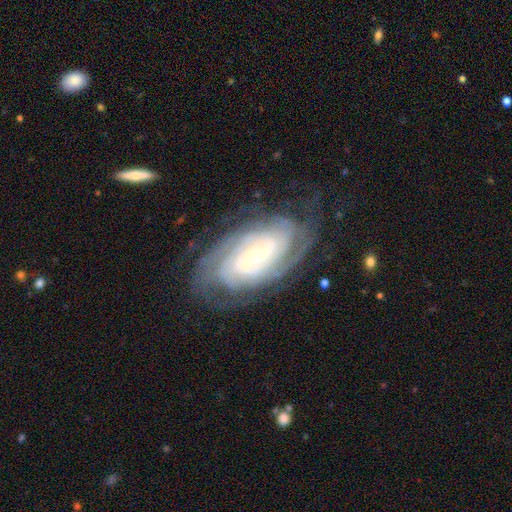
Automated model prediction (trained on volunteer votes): Smooth or featured? featured or disk (88%)
Edge-on disk? no (95%)
Bar? weak (39%)
Spiral arms? yes (97%)
Spiral winding? tight (73%)
Spiral arm count? can't tell (28%)
Bulge size? small (71%)
Merging? none (75%)